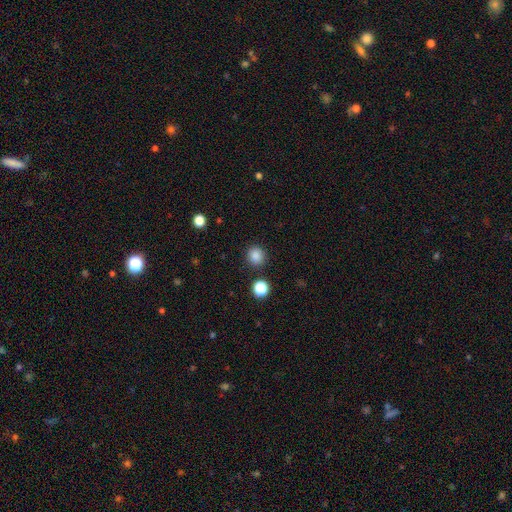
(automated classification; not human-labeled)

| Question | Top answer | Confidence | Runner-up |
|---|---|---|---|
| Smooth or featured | smooth | 85% | star or artifact (11%) |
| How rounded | round | 91% | in between (8%) |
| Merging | none | 89% | minor disturbance (6%) |